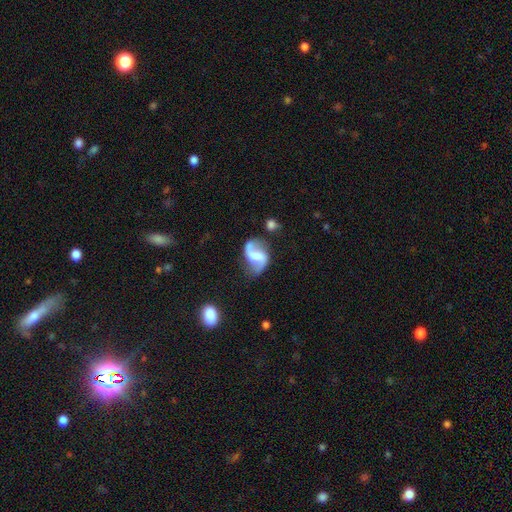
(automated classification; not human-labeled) Smooth or featured?
  - featured or disk: 84% *
  - smooth: 10%
  - star or artifact: 6%
Edge-on disk?
  - no: 98% *
  - yes: 2%
Bar?
  - weak: 45% *
  - no: 34%
  - strong: 21%
Spiral arms?
  - yes: 96% *
  - no: 4%
Spiral winding?
  - loose: 65% *
  - medium: 29%
  - tight: 6%
Spiral arm count?
  - 2: 92% *
  - 1: 3%
  - can't tell: 2%
  - 3: 1%
  - 4: 1%
  - more than 4: 1%
Bulge size?
  - moderate: 30% *
  - none: 29%
  - small: 25%
  - large: 13%
  - dominant: 3%
Merging?
  - none: 65% *
  - minor disturbance: 19%
  - major disturbance: 10%
  - merger: 7%